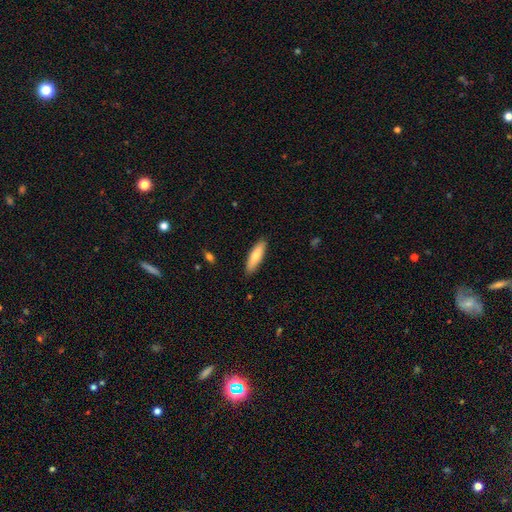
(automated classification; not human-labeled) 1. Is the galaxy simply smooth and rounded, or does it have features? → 77% smooth, 18% featured or disk, 6% star or artifact.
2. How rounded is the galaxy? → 63% cigar-shaped, 36% in between, 2% round.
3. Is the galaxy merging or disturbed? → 88% none, 9% minor disturbance, 2% major disturbance, 1% merger.